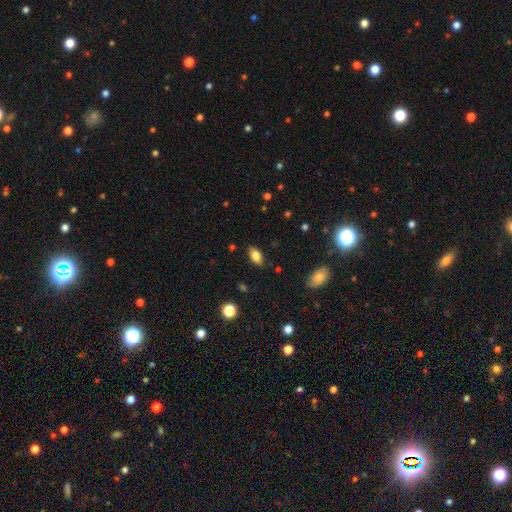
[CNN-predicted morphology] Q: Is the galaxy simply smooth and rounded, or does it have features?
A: smooth — 83%.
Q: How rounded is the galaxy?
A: in between — 91%.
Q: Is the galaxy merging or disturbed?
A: none — 85%.